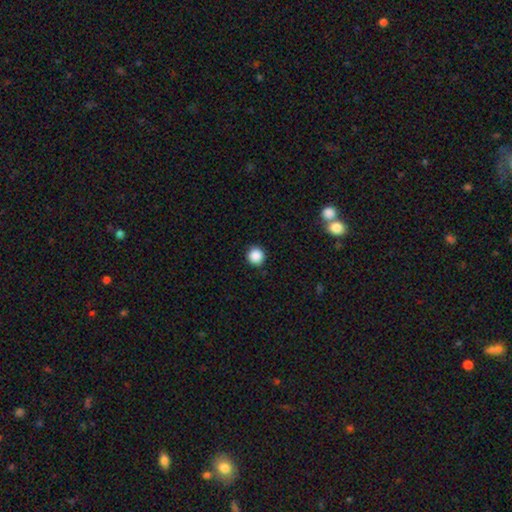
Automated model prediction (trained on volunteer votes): Overall: smooth (88%). How rounded: round (95%). Merging: none (92%).